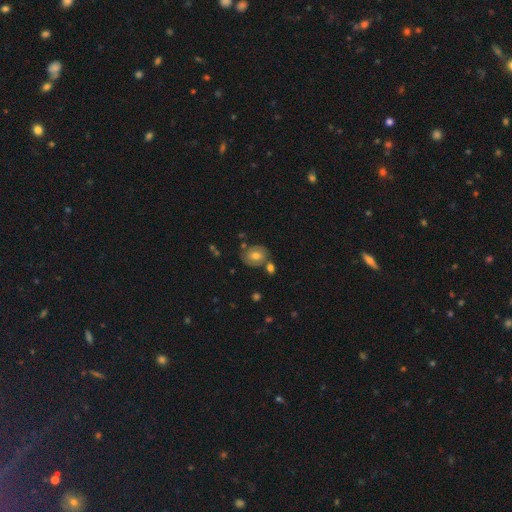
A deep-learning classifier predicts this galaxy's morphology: type=smooth (64%); roundness=round (54%); merging=none (66%).